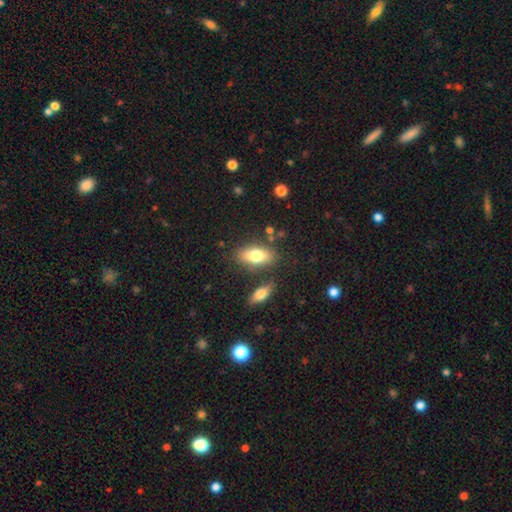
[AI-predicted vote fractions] smooth_or_featured: smooth (p=0.75) [alt: featured or disk p=0.17]
how_rounded: in between (p=0.85) [alt: cigar-shaped p=0.11]
merging: none (p=0.75) [alt: minor disturbance p=0.13]